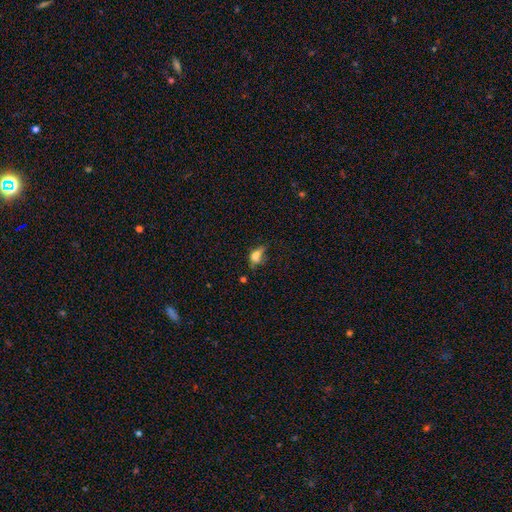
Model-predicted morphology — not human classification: A smooth galaxy with no disk features (65%) that is in between round and cigar-shaped (76%).

Vote fractions:
- Smooth or featured? smooth: 65% / featured or disk: 21% / star or artifact: 14%
- How rounded? in between: 76% / round: 14% / cigar-shaped: 10%
- Merging? none: 31% / minor disturbance: 30% / major disturbance: 29% / merger: 10%